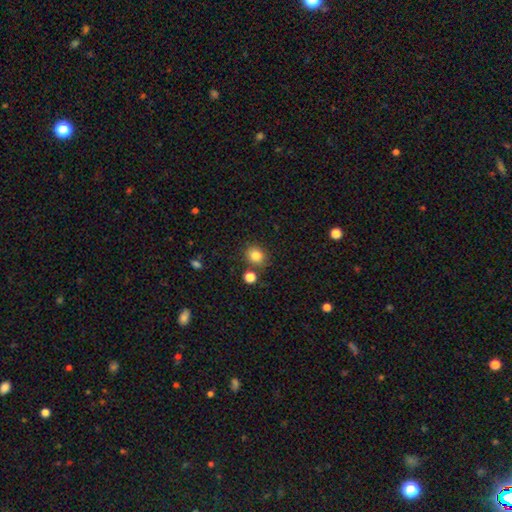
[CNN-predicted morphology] Smooth or featured? smooth (83%)
How rounded? round (74%)
Merging? none (77%)